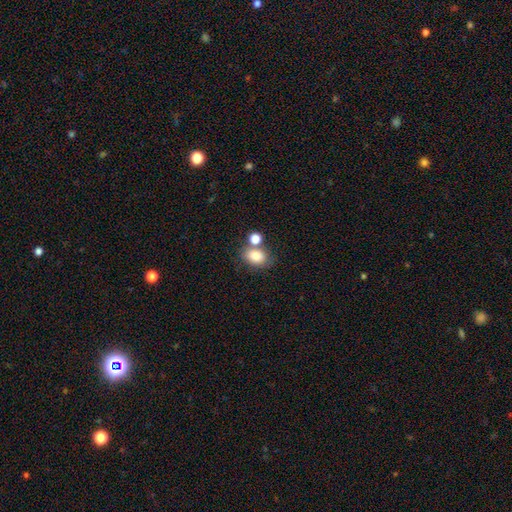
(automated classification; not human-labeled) This appears to be a smooth galaxy with no disk features (82%) that is in between round and cigar-shaped (67%). Merging: none (57%).